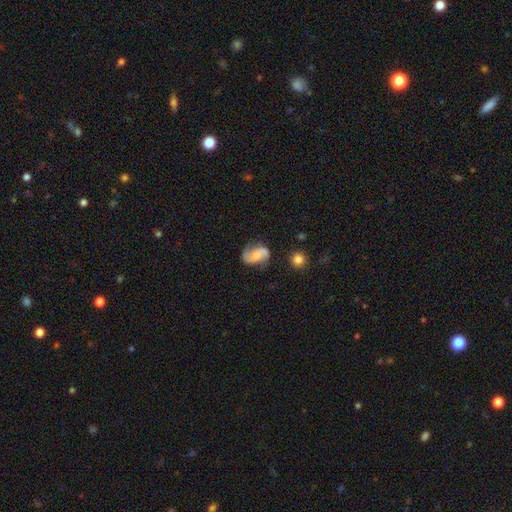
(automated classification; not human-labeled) This is likely a featured or disk galaxy (71%). It is clearly not viewed edge-on (98%). Bar: possibly no (52%). Spiral arm pattern: clearly yes (94%). Spiral arm count: clearly 2 (90%). Spiral winding: possibly loose (45%). Central bulge: marginally small (35%). Merging: likely none (69%).